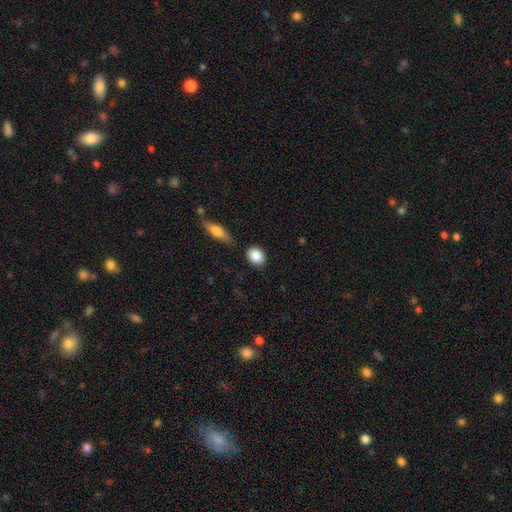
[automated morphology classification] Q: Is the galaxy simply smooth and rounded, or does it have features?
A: smooth — 86%.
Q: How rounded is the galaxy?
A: in between — 59%.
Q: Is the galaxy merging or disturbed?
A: none — 82%.